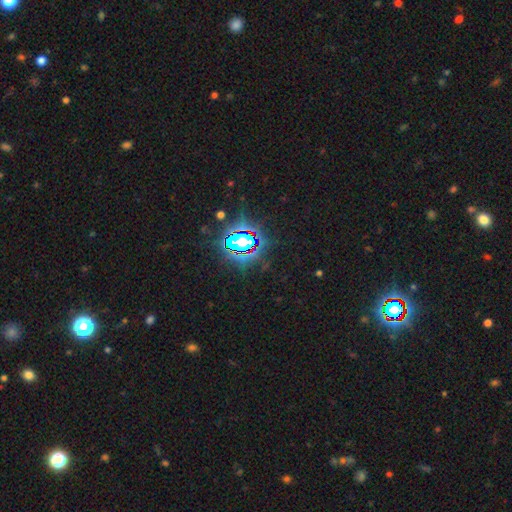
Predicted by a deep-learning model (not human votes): This is clearly a star or artifact rather than a galaxy (81%).